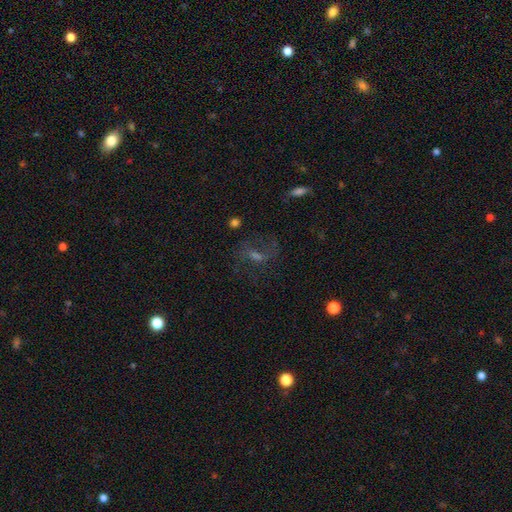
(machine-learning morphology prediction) The model was most divided on "smooth or featured": featured or disk: 52%, star or artifact: 27%, smooth: 21%. More confident: edge-on disk — no (93%); merging — none (64%).